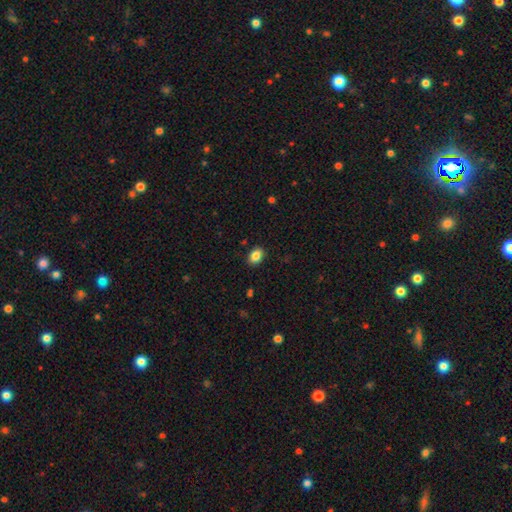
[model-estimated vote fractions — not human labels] This is clearly a smooth galaxy (86%). How rounded: likely in between (74%). Merging: clearly none (89%).